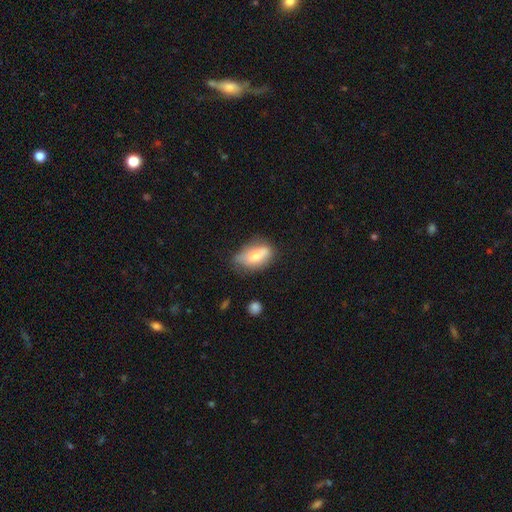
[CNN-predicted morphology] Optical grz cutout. It shows a smooth galaxy with no disk features (63%) that is in between round and cigar-shaped (82%). Merging: none (58%).